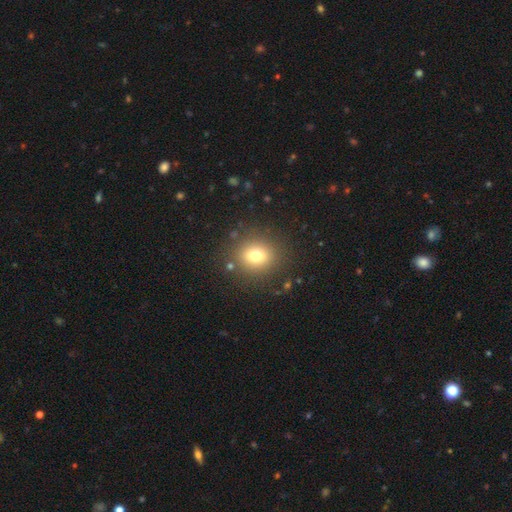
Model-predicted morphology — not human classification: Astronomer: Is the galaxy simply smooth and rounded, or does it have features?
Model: smooth — 74%.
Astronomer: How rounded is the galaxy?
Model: round — 76%.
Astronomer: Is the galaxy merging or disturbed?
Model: none — 85%.